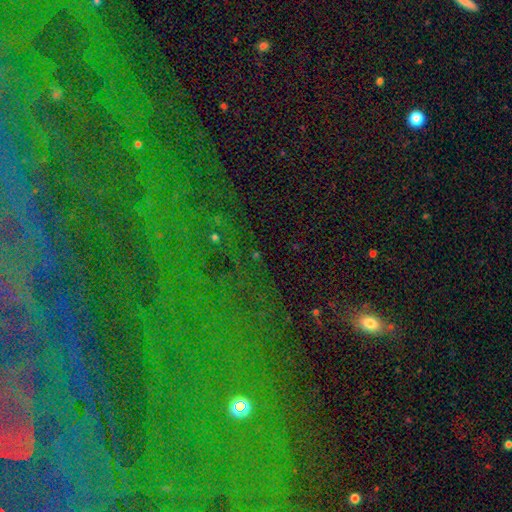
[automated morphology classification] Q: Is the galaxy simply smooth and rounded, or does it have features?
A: star or artifact — 77%.